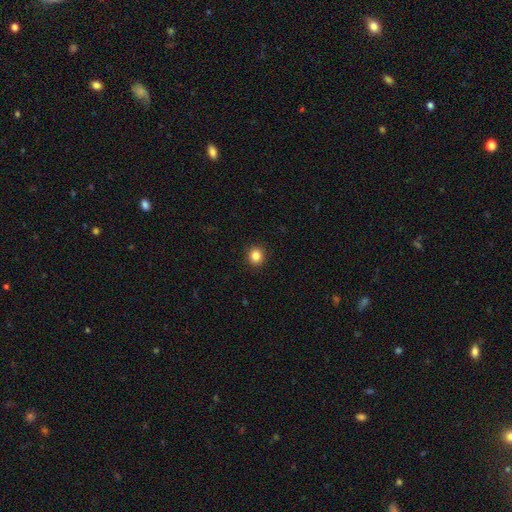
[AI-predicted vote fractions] Smooth or featured?
  - smooth: 85% *
  - star or artifact: 11%
  - featured or disk: 4%
How rounded?
  - round: 86% *
  - in between: 13%
  - cigar-shaped: 1%
Merging?
  - none: 92% *
  - minor disturbance: 5%
  - major disturbance: 2%
  - merger: 1%